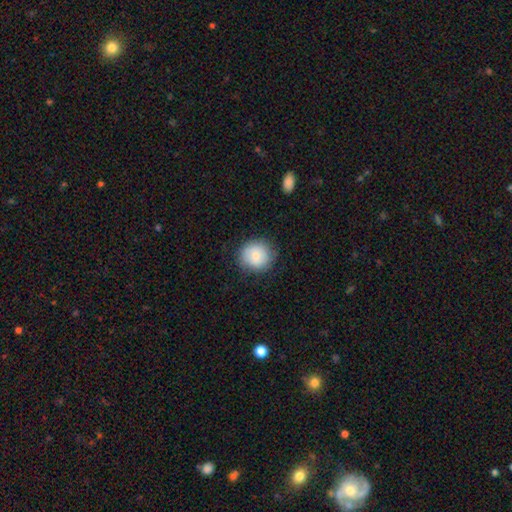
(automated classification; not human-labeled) Q: Smooth or featured?
A: smooth (83%); runner-up: featured or disk (10%)
Q: How rounded?
A: round (89%); runner-up: in between (10%)
Q: Merging?
A: none (83%); runner-up: minor disturbance (12%)